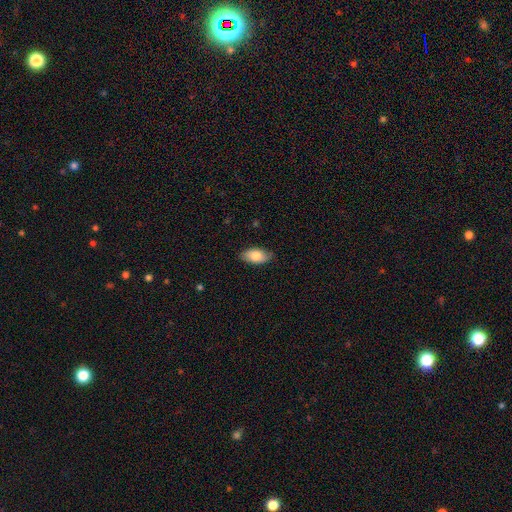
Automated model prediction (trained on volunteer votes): Overall: smooth (81%). How rounded: in between (93%). Merging: none (83%).